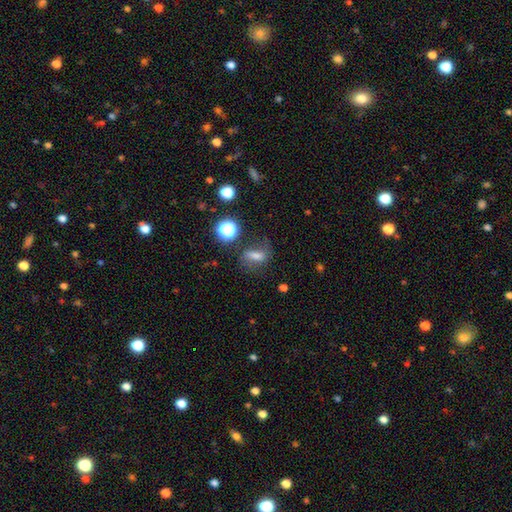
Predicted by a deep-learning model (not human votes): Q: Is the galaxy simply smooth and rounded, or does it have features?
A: smooth — 60%.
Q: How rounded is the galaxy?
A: in between — 65%.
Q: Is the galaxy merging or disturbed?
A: none — 60%.